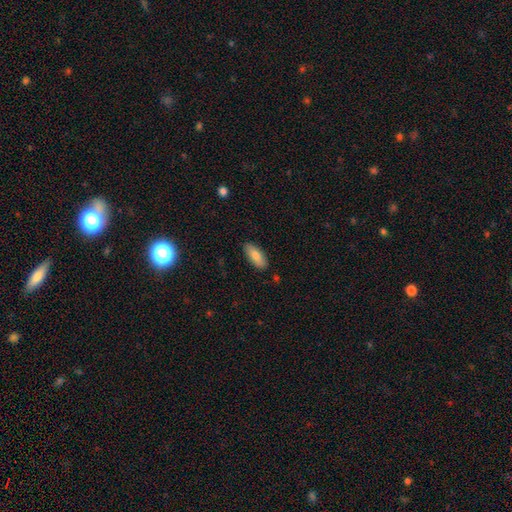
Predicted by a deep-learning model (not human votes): A smooth galaxy with no disk features (81%) that is in between round and cigar-shaped (84%). Merging: none (87%).